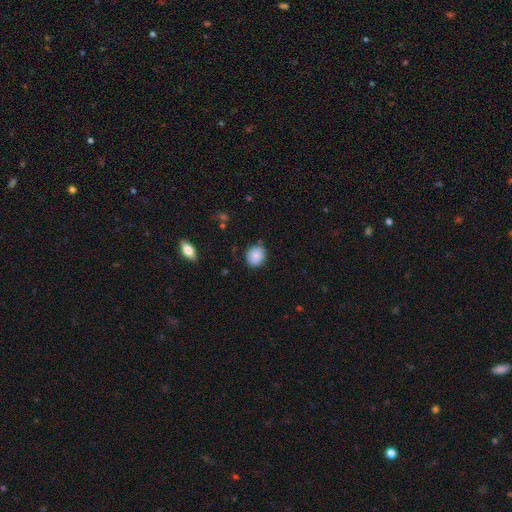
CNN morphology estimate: type=smooth (86%); roundness=round (63%); merging=none (83%).